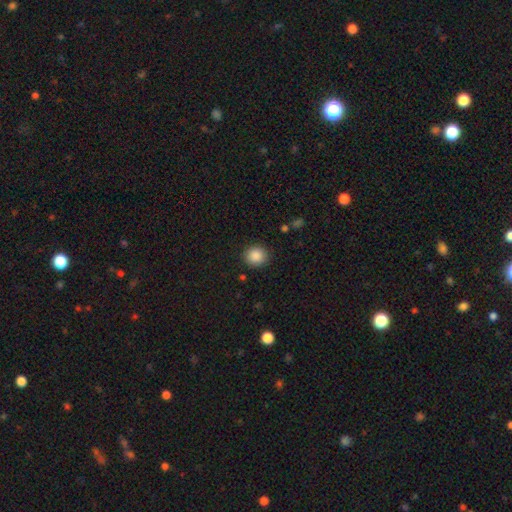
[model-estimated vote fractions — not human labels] smooth-or-featured: smooth: 87% | star or artifact: 9% | featured or disk: 4%
  how-rounded: round: 86% | in between: 13% | cigar-shaped: 1%
  merging: none: 89% | minor disturbance: 7% | major disturbance: 2% | merger: 1%